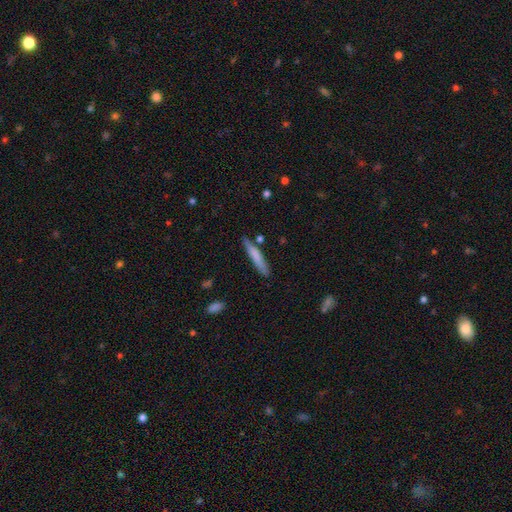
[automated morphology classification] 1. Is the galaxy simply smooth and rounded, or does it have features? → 71% smooth, 23% featured or disk, 6% star or artifact.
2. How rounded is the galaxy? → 93% cigar-shaped, 5% in between, 1% round.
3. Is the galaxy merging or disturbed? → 81% none, 13% minor disturbance, 3% merger, 2% major disturbance.